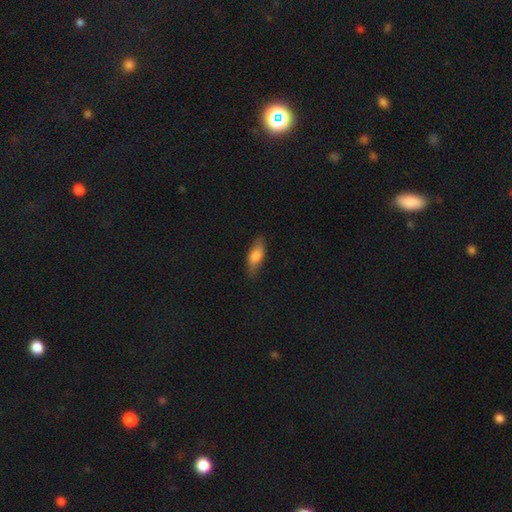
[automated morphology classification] smooth_or_featured: smooth (p=0.76) [alt: featured or disk p=0.17]
how_rounded: in between (p=0.72) [alt: cigar-shaped p=0.25]
merging: none (p=0.79) [alt: minor disturbance p=0.16]